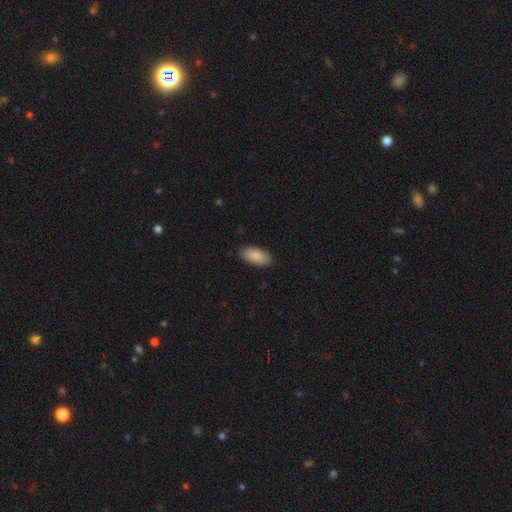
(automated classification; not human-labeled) smooth_or_featured: smooth (p=0.88) [alt: featured or disk p=0.06]
how_rounded: in between (p=0.92) [alt: cigar-shaped p=0.06]
merging: none (p=0.88) [alt: minor disturbance p=0.09]